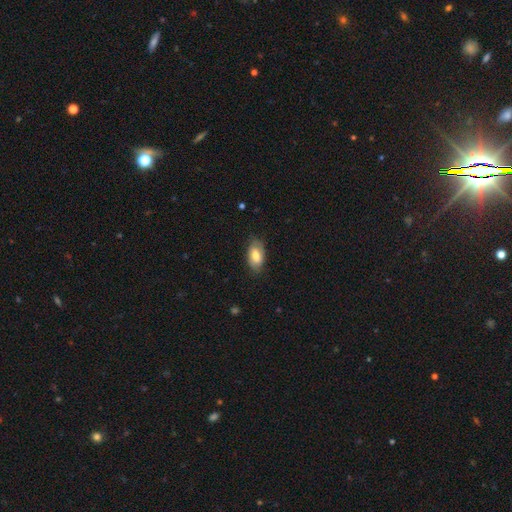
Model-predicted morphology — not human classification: Smooth or featured? smooth (65%)
How rounded? in between (93%)
Merging? none (77%)